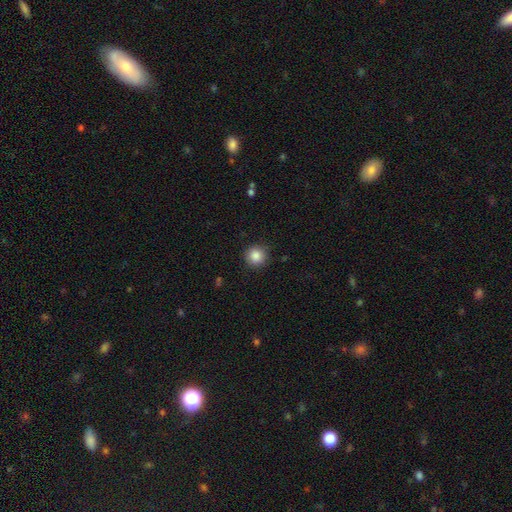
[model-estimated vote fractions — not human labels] Smooth or featured? Predicted: smooth (p=0.86). How rounded? Predicted: round (p=0.94). Merging? Predicted: none (p=0.89).